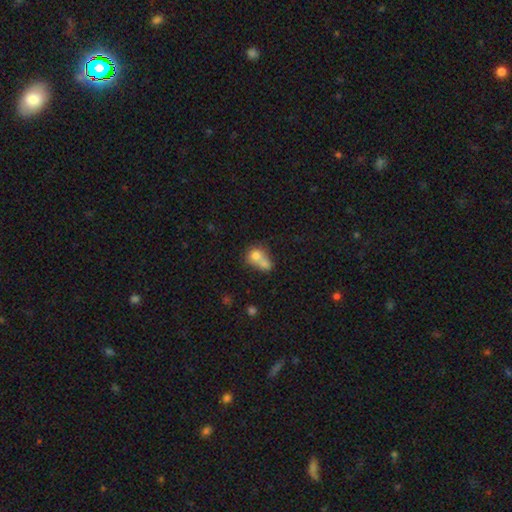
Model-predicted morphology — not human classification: Smooth or featured? Predicted: smooth (p=0.71). How rounded? Predicted: round (p=0.62). Merging? Predicted: merger (p=0.68).